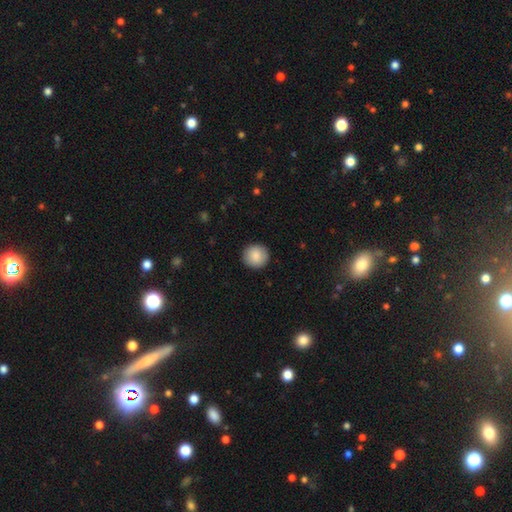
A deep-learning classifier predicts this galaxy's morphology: Smooth or featured?
  - smooth: 88% *
  - star or artifact: 7%
  - featured or disk: 5%
How rounded?
  - round: 94% *
  - in between: 5%
  - cigar-shaped: 1%
Merging?
  - none: 92% *
  - minor disturbance: 6%
  - major disturbance: 2%
  - merger: 1%